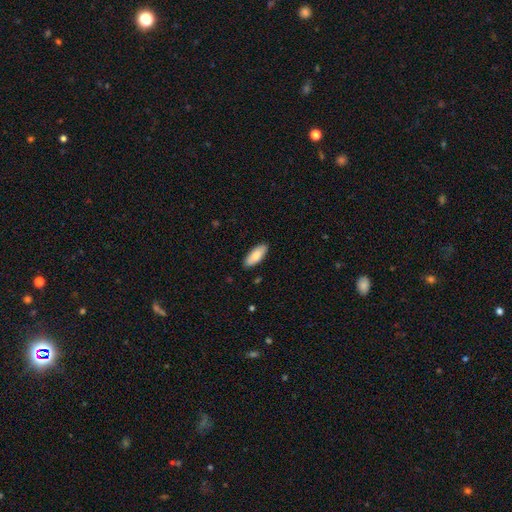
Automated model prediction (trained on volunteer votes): Morphology: type=smooth (81%); roundness=in between (78%); merging=none (88%).